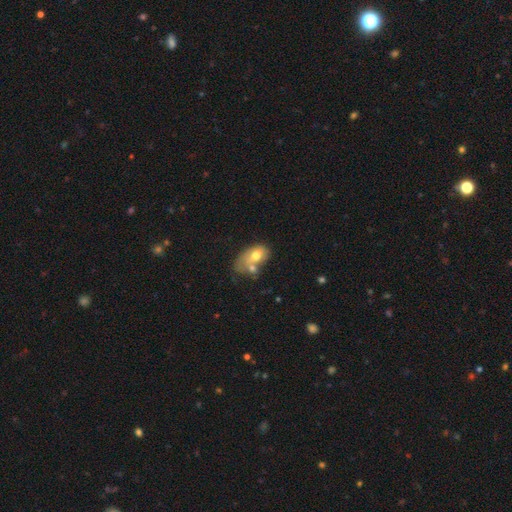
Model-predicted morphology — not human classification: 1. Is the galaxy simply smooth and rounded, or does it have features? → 65% smooth, 27% featured or disk, 8% star or artifact.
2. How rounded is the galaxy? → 83% in between, 15% round, 2% cigar-shaped.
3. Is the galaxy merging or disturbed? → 45% merger, 19% none, 19% minor disturbance, 17% major disturbance.